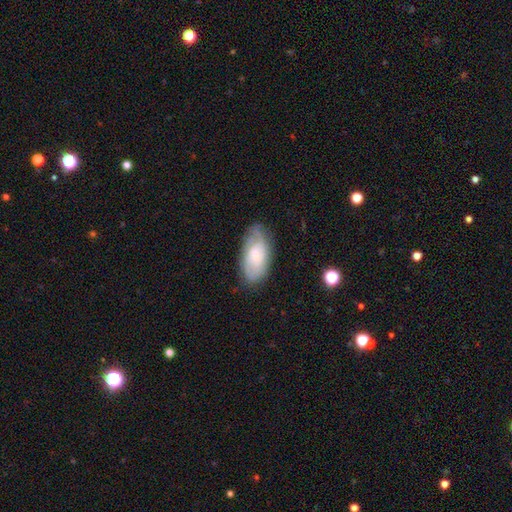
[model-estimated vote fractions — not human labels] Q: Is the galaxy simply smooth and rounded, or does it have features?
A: featured or disk — 54%.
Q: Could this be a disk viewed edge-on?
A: no — 92%.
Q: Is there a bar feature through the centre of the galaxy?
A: no — 70%.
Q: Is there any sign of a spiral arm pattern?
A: yes — 79%.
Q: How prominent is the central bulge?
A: small — 60%.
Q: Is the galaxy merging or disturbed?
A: none — 70%.